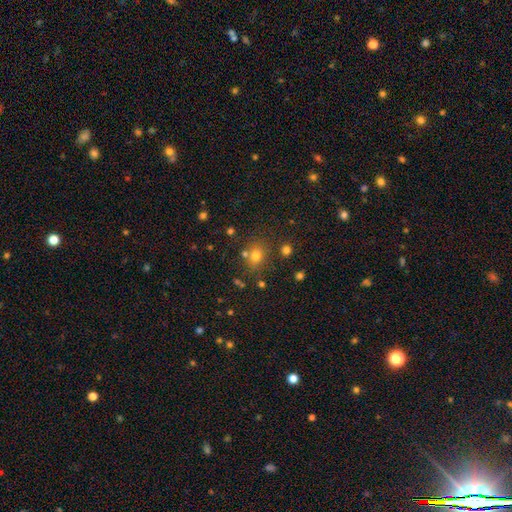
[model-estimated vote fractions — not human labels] A smooth galaxy with no disk features (69%) that is round (64%). Merging: none (68%).